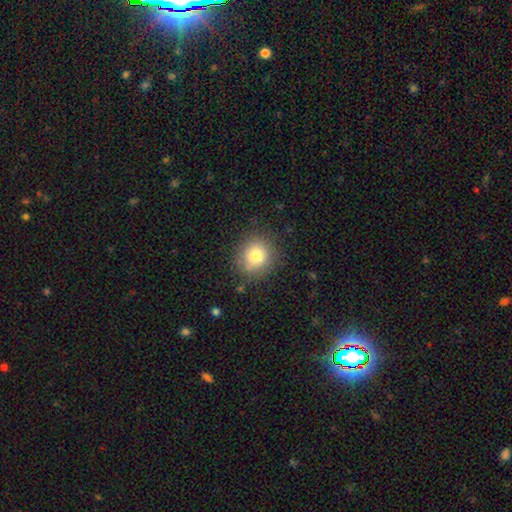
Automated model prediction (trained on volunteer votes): Smooth or featured? smooth (78%)
How rounded? round (88%)
Merging? none (83%)